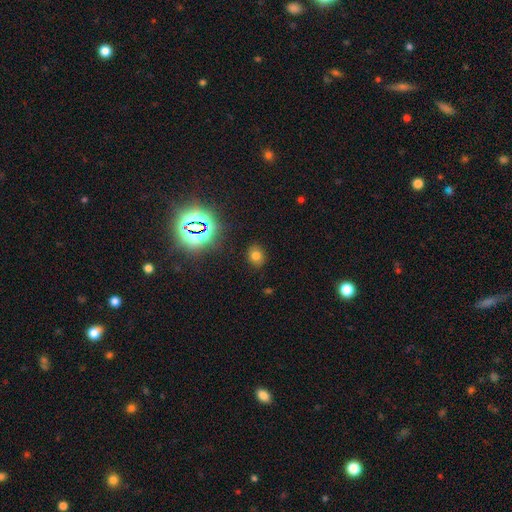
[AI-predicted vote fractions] This appears to be a smooth galaxy with no disk features (69%) that is round (60%). Merging: none (86%).